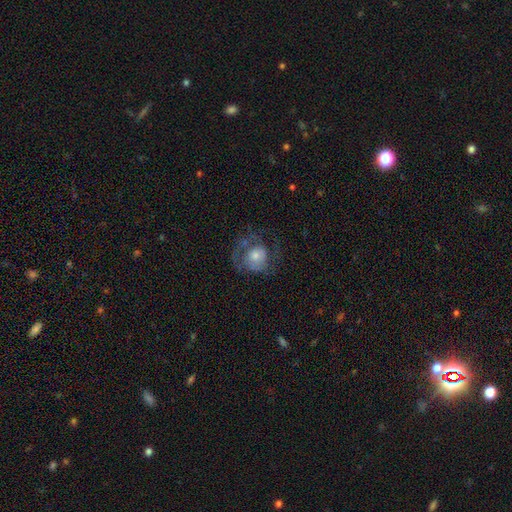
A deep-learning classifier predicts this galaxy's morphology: This appears to be a featured or disk galaxy (53%) with no bar (82%), spiral arms (63%) and a moderate central bulge (51%). Merging: none (49%).